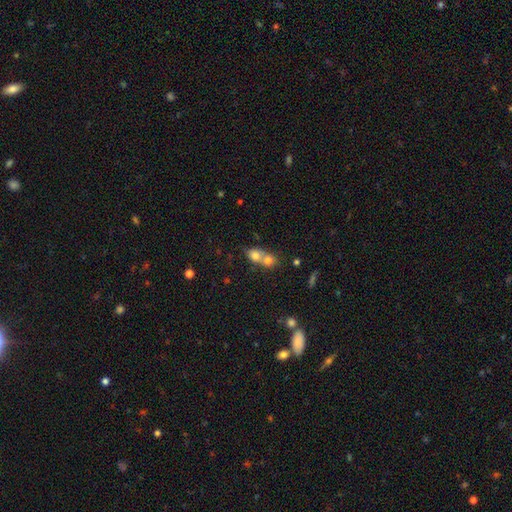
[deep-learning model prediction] Morphology: type=smooth (73%); roundness=round (57%); merging=merger (70%).